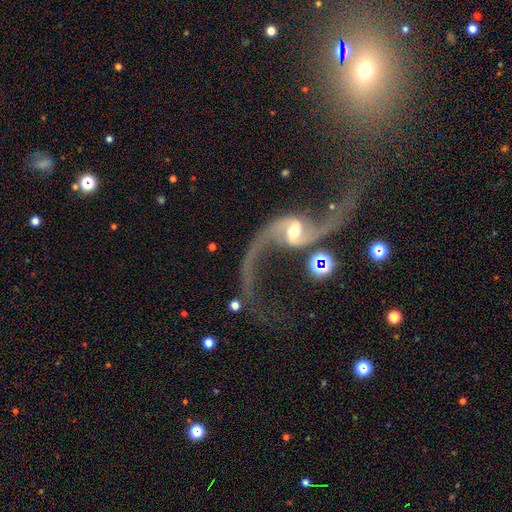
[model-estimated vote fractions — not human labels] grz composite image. It shows a featured or disk galaxy (89%) with no bar (50%), 2 (89%) loose (88%) spiral arms (95%) and a small central bulge (44%). Merging: none (45%).